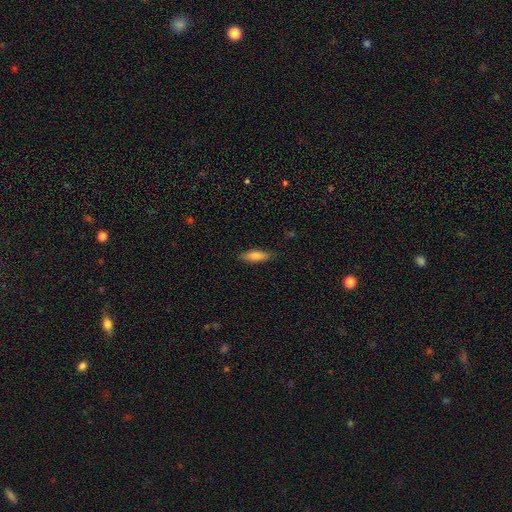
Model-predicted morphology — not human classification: This is likely a smooth galaxy (78%). How rounded: possibly cigar-shaped (53%). Merging: clearly none (85%).